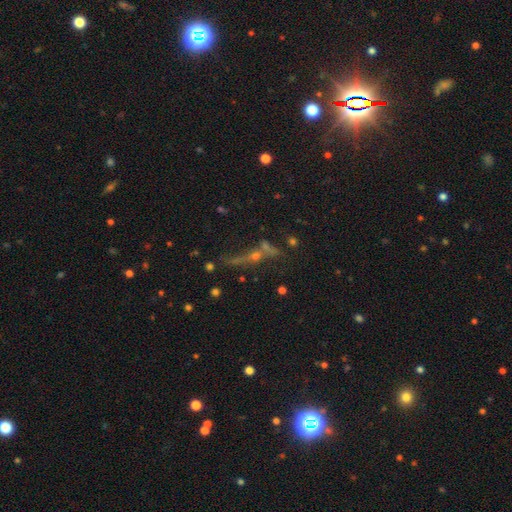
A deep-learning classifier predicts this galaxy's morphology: smooth_or_featured: featured or disk (p=0.54) [alt: star or artifact p=0.26]
disk_edge_on: yes (p=0.69) [alt: no p=0.31]
merging: none (p=0.54) [alt: merger p=0.16]